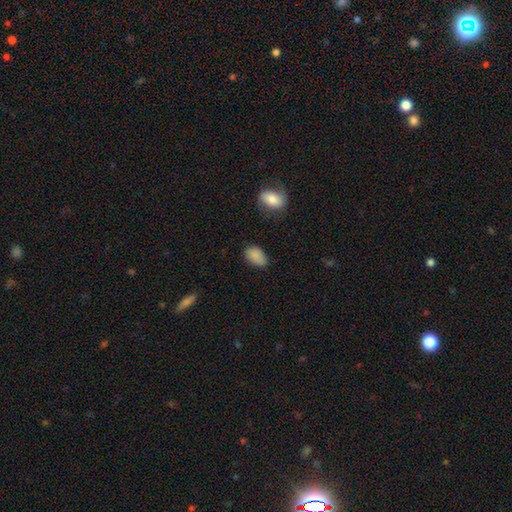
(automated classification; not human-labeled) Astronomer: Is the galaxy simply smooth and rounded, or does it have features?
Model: smooth — 86%.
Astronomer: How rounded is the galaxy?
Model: in between — 89%.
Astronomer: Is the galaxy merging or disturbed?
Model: none — 63%.